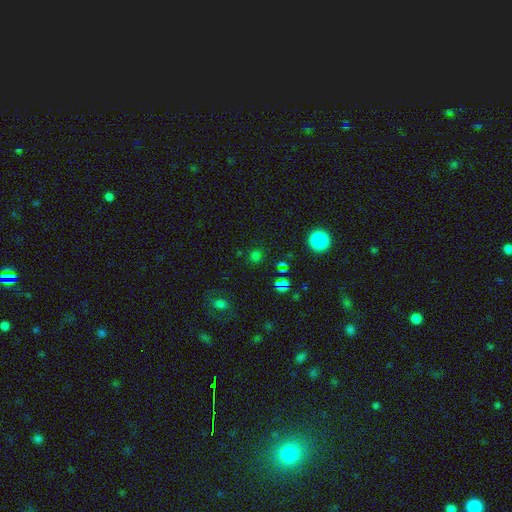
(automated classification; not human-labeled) Smooth or featured: smooth — 56% (star or artifact — 39%)
How rounded: round — 88% (in between — 11%)
Merging: none — 83% (minor disturbance — 10%)